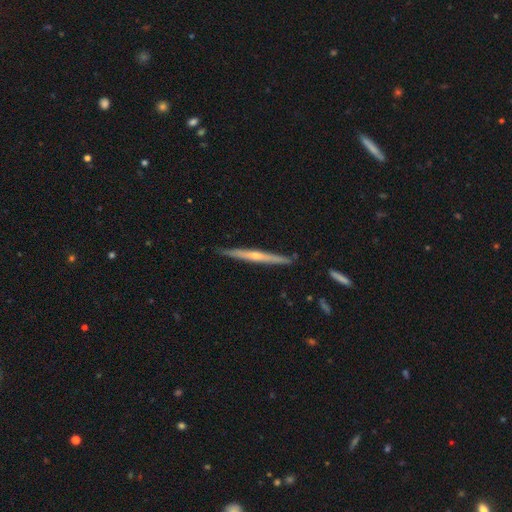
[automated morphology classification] Overall: featured or disk (71%). Edge-on disk: yes (97%). Edge-on bulge: rounded (69%). Merging: none (89%).